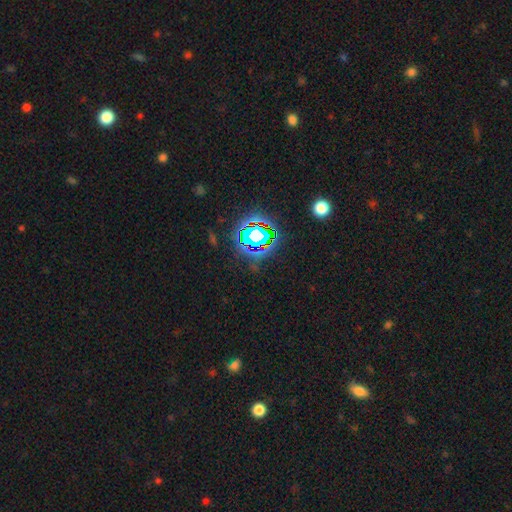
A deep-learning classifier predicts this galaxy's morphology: A star or artifact, not a galaxy (82%).